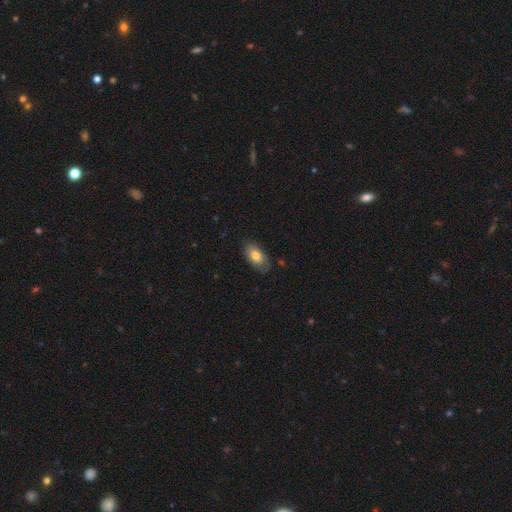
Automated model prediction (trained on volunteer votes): A smooth galaxy with no disk features (71%) that is in between round and cigar-shaped (93%). Merging: none (75%).